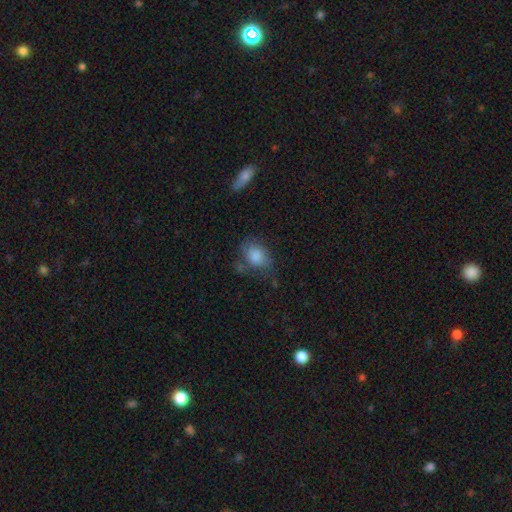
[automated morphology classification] Smooth or featured?
  - smooth: 76% *
  - featured or disk: 15%
  - star or artifact: 9%
How rounded?
  - in between: 69% *
  - round: 29%
  - cigar-shaped: 2%
Merging?
  - none: 51% *
  - minor disturbance: 28%
  - major disturbance: 14%
  - merger: 6%